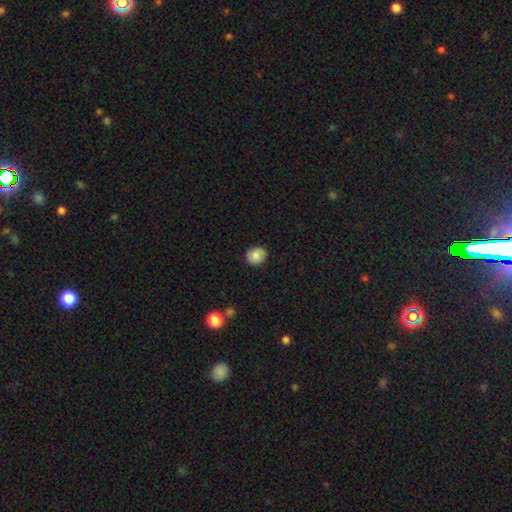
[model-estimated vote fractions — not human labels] Smooth or featured? smooth (79%)
How rounded? round (78%)
Merging? none (87%)